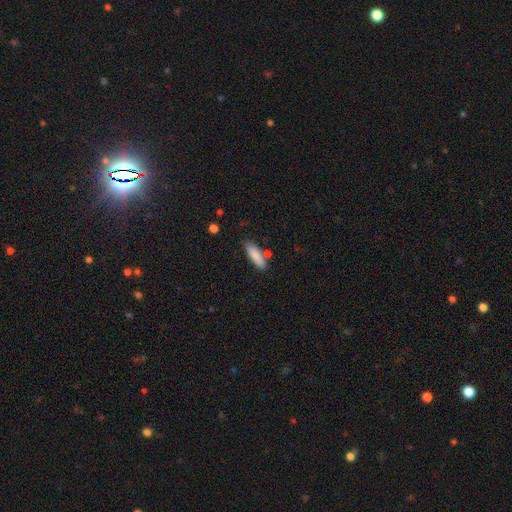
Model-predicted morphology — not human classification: smooth-or-featured: smooth: 85% | featured or disk: 9% | star or artifact: 6%
  how-rounded: cigar-shaped: 53% | in between: 45% | round: 2%
  merging: none: 74% | minor disturbance: 15% | merger: 8% | major disturbance: 3%